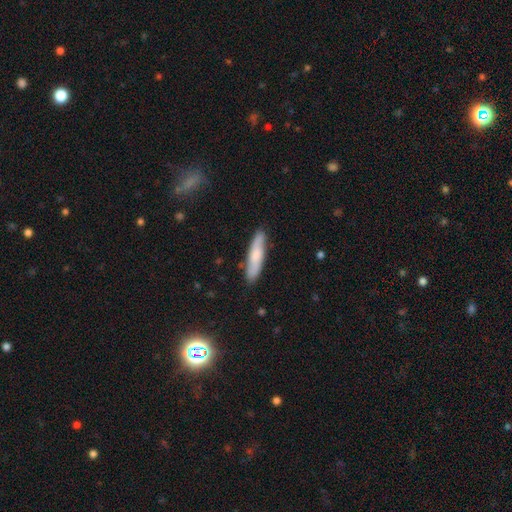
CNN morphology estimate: Q: Smooth or featured?
A: smooth (65%); runner-up: featured or disk (29%)
Q: How rounded?
A: cigar-shaped (83%); runner-up: in between (15%)
Q: Merging?
A: none (85%); runner-up: minor disturbance (11%)